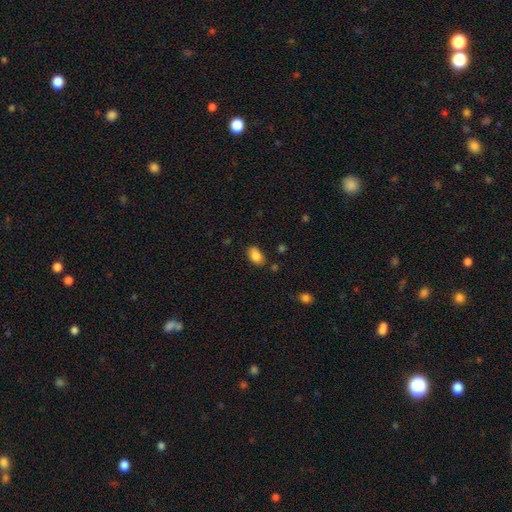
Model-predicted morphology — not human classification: Smooth or featured: smooth — 86% (star or artifact — 8%)
How rounded: in between — 89% (round — 9%)
Merging: none — 77% (minor disturbance — 16%)